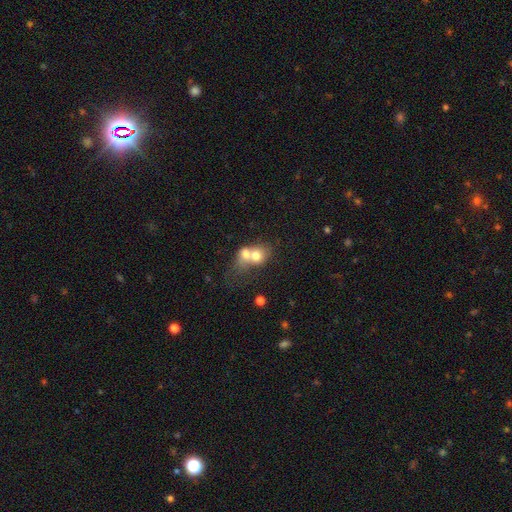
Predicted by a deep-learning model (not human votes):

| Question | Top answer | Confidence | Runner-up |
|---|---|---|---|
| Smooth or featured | smooth | 66% | featured or disk (24%) |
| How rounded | round | 57% | in between (41%) |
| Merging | merger | 77% | none (13%) |